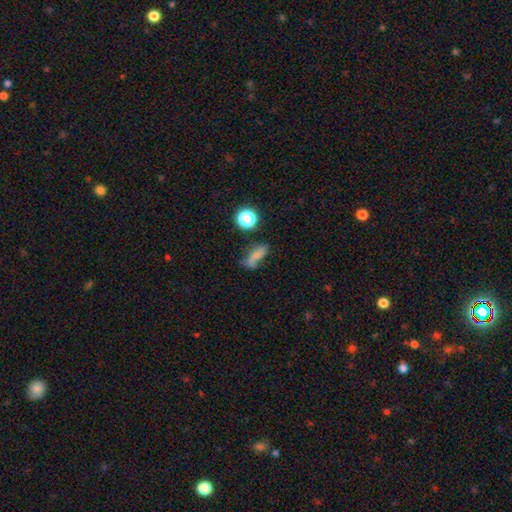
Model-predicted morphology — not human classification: This appears to be a smooth galaxy with no disk features (59%) that is in between round and cigar-shaped (68%). Merging: none (41%).